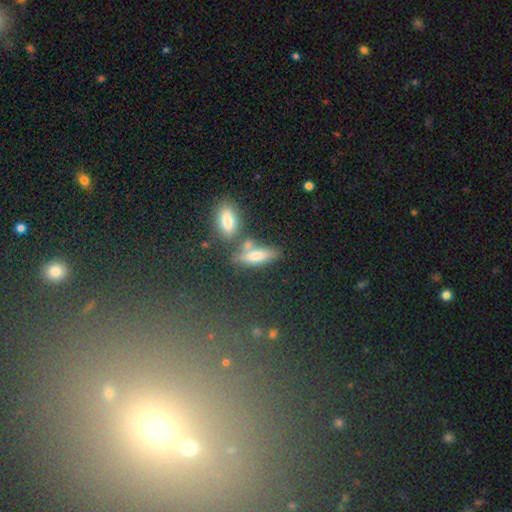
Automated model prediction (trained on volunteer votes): The model was most divided on "merging": none: 53%, merger: 27%, minor disturbance: 14%, major disturbance: 6%. More confident: smooth or featured — smooth (70%); how rounded — in between (63%).